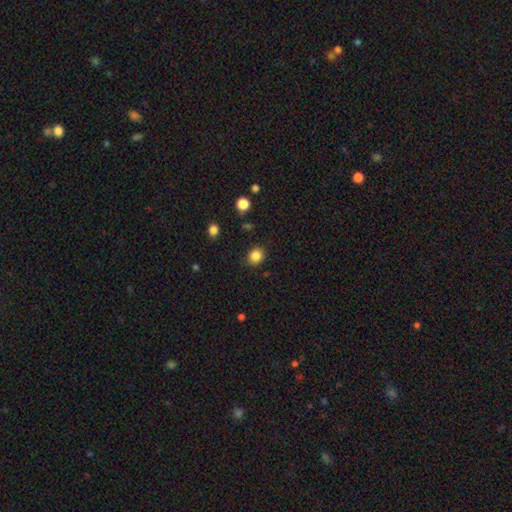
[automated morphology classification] smooth_or_featured: smooth (p=0.85) [alt: star or artifact p=0.11]
how_rounded: round (p=0.67) [alt: in between p=0.32]
merging: none (p=0.87) [alt: minor disturbance p=0.09]